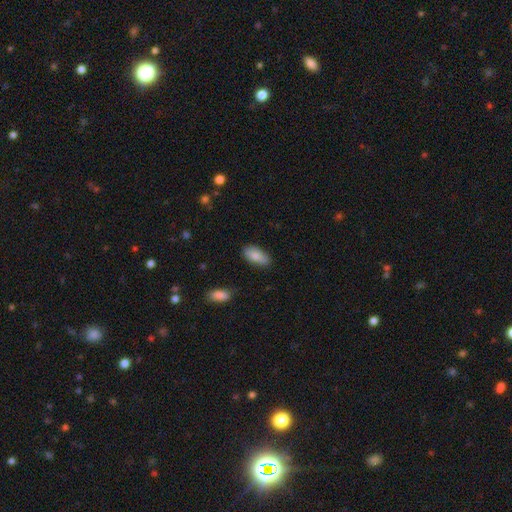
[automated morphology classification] This appears to be a smooth galaxy with no disk features (82%) that is in between round and cigar-shaped (88%). Merging: none (84%).